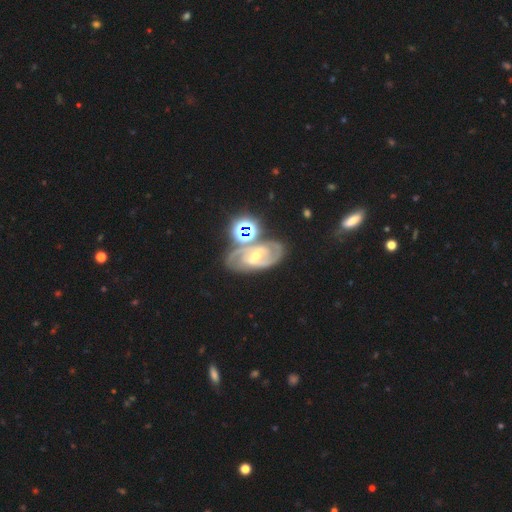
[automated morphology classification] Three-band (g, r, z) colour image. It shows a featured or disk galaxy (80%) with a weak bar (46%), 2 (59%) tight (51%) spiral arms (94%) and a small central bulge (62%). Merging: none (60%).